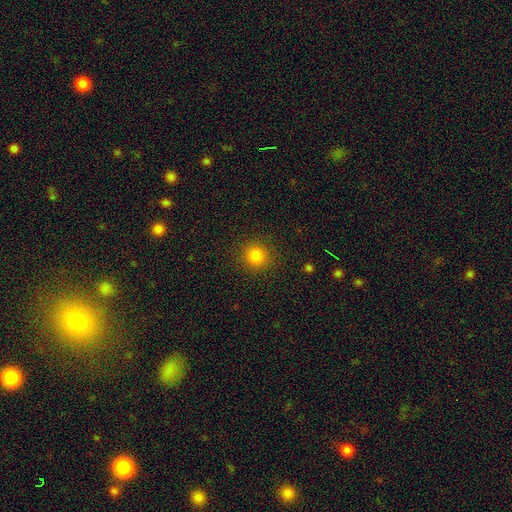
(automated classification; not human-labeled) The model was most divided on "smooth or featured": smooth: 82%, star or artifact: 13%, featured or disk: 4%. More confident: how rounded — round (93%); merging — none (90%).